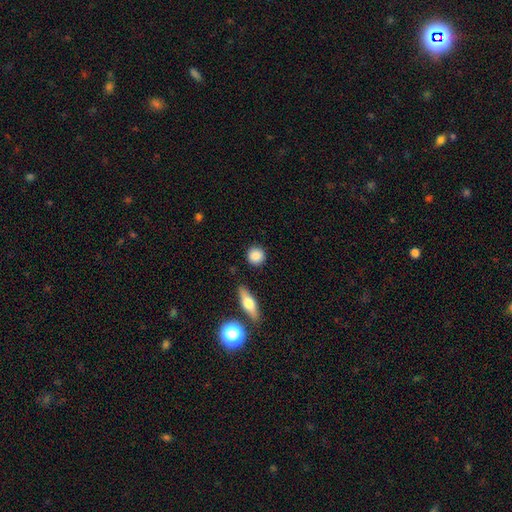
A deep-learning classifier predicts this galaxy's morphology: Smooth or featured? Predicted: smooth (p=0.85). How rounded? Predicted: round (p=0.88). Merging? Predicted: none (p=0.87).